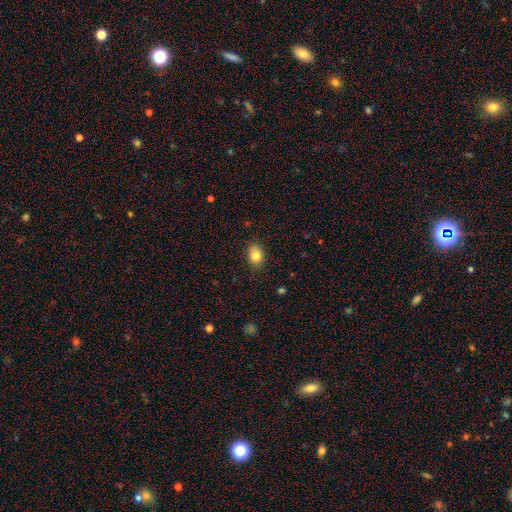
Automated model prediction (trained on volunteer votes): Q: Smooth or featured?
A: smooth (83%); runner-up: star or artifact (9%)
Q: How rounded?
A: in between (76%); runner-up: round (23%)
Q: Merging?
A: none (84%); runner-up: minor disturbance (12%)